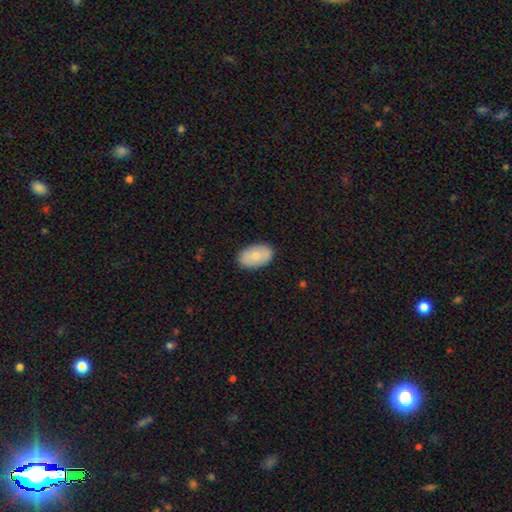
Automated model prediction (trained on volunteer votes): smooth_or_featured: smooth (p=0.72) [alt: featured or disk p=0.22]
how_rounded: in between (p=0.90) [alt: round p=0.09]
merging: none (p=0.86) [alt: minor disturbance p=0.11]